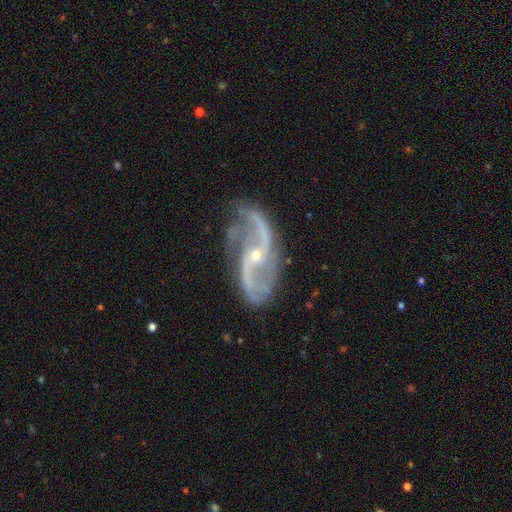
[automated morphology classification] featured or disk 92%, star or artifact 5%, smooth 3%. Down the decision tree: edge-on disk — no (97%); bar — no (50%); spiral arms — yes (98%); spiral arm count — 2 (91%); spiral winding — loose (64%); bulge size — small (74%); merging — none (70%).